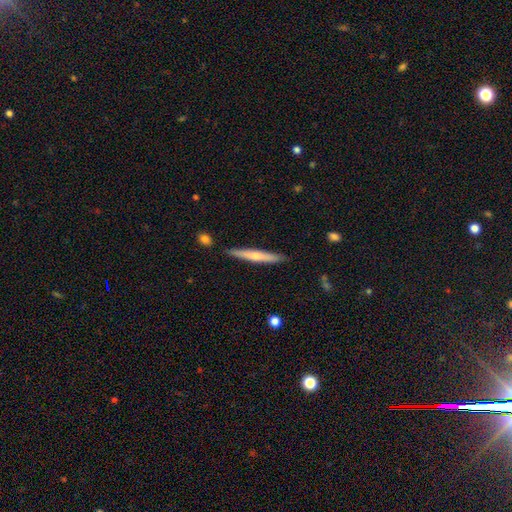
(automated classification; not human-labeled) This appears to be a smooth galaxy with no disk features (53%) that is cigar-shaped (95%). Merging: none (88%).